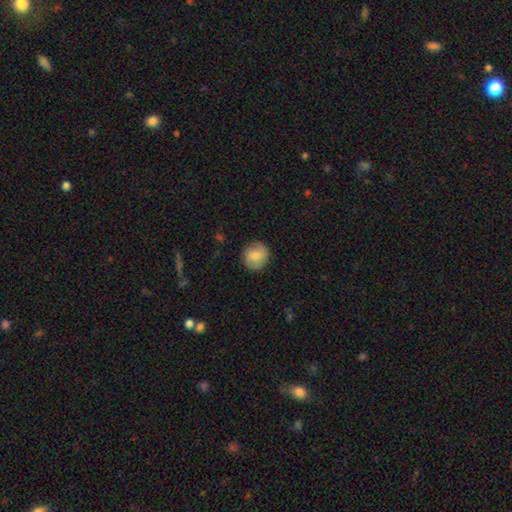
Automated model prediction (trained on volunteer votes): Overall: smooth (78%). How rounded: round (87%). Merging: none (85%).